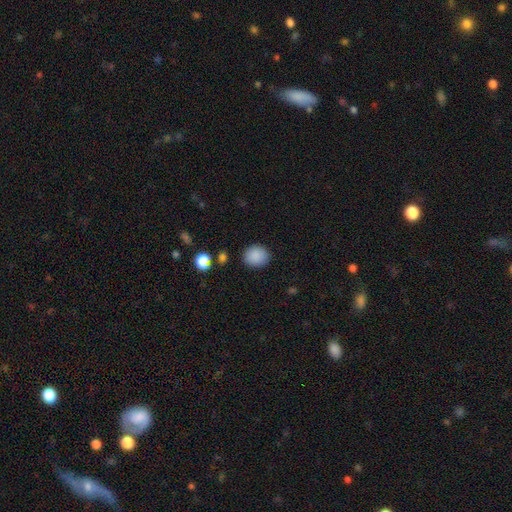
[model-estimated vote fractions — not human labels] Overall: smooth (87%). How rounded: round (74%). Merging: none (86%).